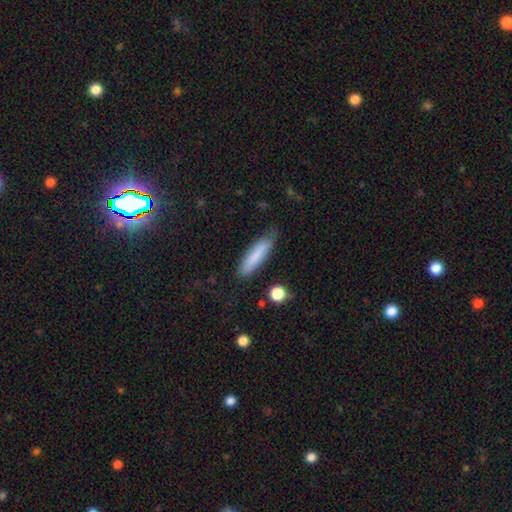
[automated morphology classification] smooth_or_featured: smooth (p=0.81) [alt: featured or disk p=0.13]
how_rounded: cigar-shaped (p=0.77) [alt: in between p=0.21]
merging: none (p=0.78) [alt: minor disturbance p=0.17]